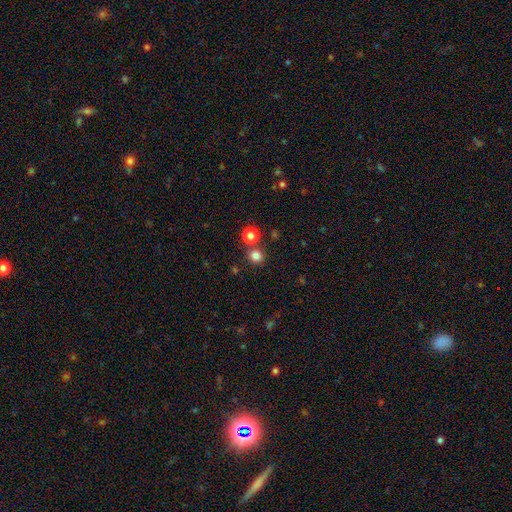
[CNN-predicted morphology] Smooth or featured: smooth — 81% (star or artifact — 15%)
How rounded: round — 91% (in between — 8%)
Merging: none — 80% (merger — 12%)